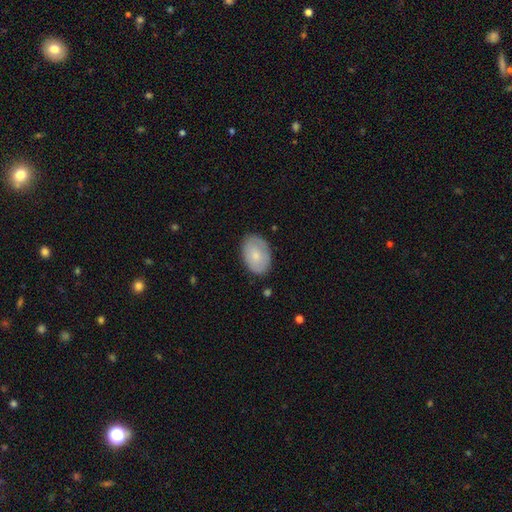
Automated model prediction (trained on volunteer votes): The model was most divided on "smooth or featured": smooth: 72%, featured or disk: 22%, star or artifact: 6%. More confident: how rounded — in between (87%); merging — none (81%).